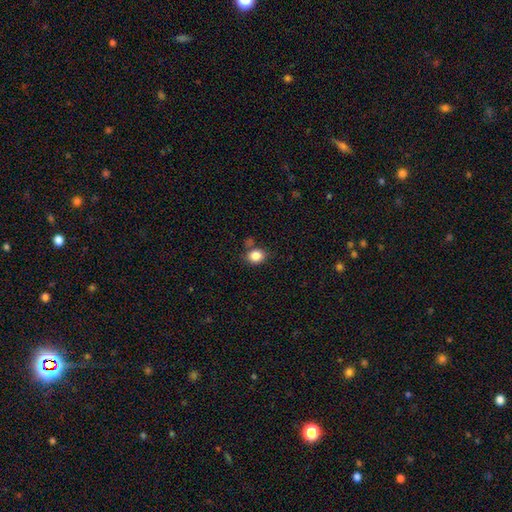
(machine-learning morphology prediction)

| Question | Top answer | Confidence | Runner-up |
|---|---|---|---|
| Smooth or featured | smooth | 85% | star or artifact (10%) |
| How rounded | round | 59% | in between (40%) |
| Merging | none | 72% | minor disturbance (15%) |